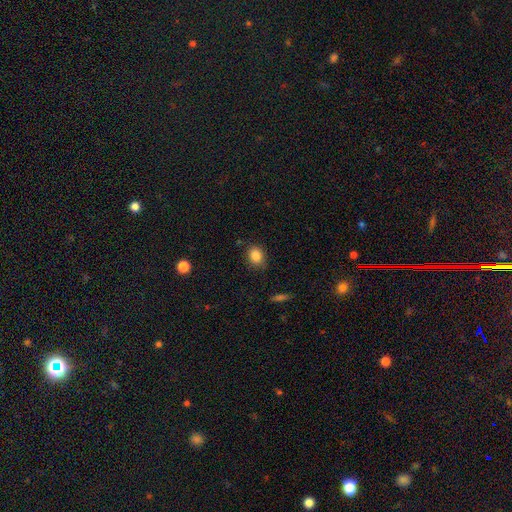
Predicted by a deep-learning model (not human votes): Overall: smooth (85%). How rounded: round (57%; in between 41%). Merging: none (83%).